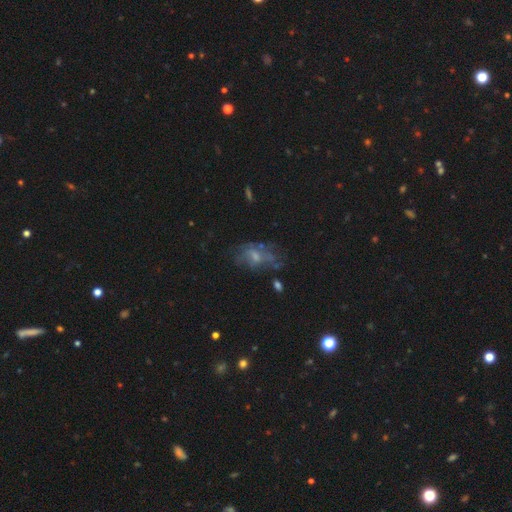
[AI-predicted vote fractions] Morphology: type=featured or disk (51%); edge-on=no (95%); merging=none (43%).